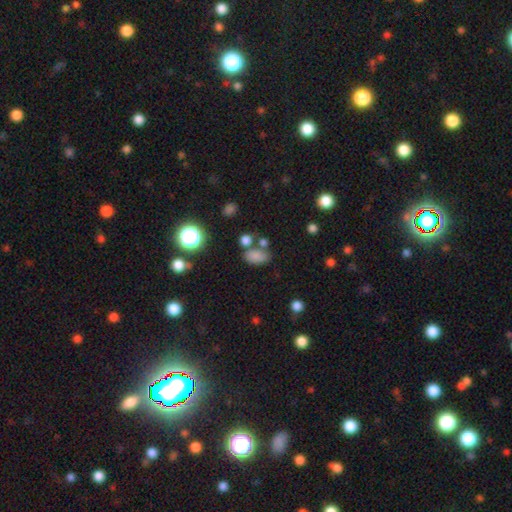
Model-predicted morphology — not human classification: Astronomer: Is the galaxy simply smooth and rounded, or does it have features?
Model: smooth — 78%.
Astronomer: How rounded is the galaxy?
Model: in between — 86%.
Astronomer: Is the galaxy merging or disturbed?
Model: none — 60%.